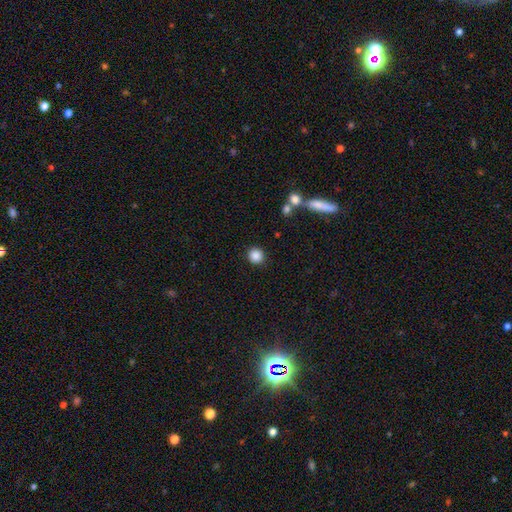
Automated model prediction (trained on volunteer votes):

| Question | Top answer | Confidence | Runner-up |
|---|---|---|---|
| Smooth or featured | smooth | 87% | star or artifact (10%) |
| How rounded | round | 92% | in between (7%) |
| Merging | none | 89% | minor disturbance (6%) |